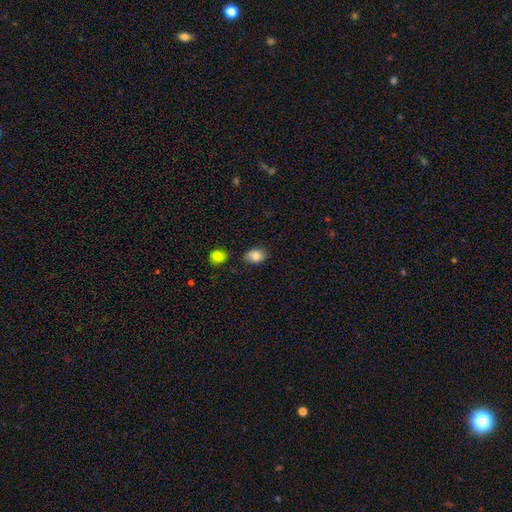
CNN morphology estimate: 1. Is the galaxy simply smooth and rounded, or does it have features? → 85% smooth, 9% star or artifact, 6% featured or disk.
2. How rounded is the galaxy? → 69% in between, 30% round, 1% cigar-shaped.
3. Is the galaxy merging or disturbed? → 76% none, 17% minor disturbance, 4% merger, 3% major disturbance.